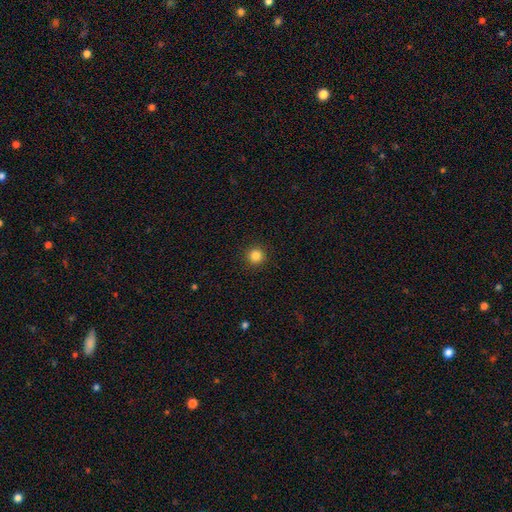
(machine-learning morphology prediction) Smooth or featured: smooth — 84% (star or artifact — 12%)
How rounded: round — 96% (in between — 4%)
Merging: none — 93% (minor disturbance — 4%)